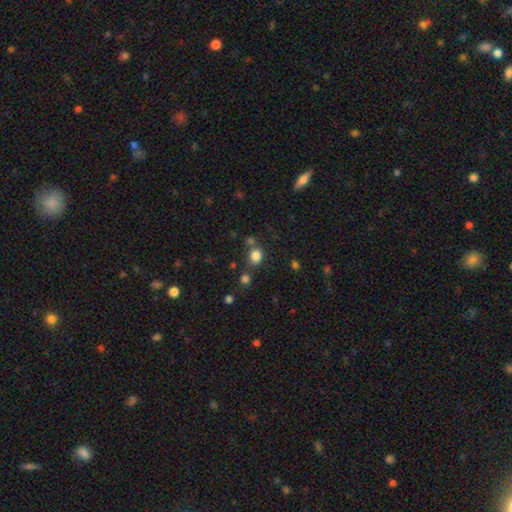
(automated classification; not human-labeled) A smooth galaxy with no disk features (81%) that is round (71%).

Vote fractions:
- Smooth or featured? smooth: 81% / star or artifact: 14% / featured or disk: 5%
- How rounded? round: 71% / in between: 28% / cigar-shaped: 1%
- Merging? none: 69% / merger: 15% / minor disturbance: 12% / major disturbance: 5%